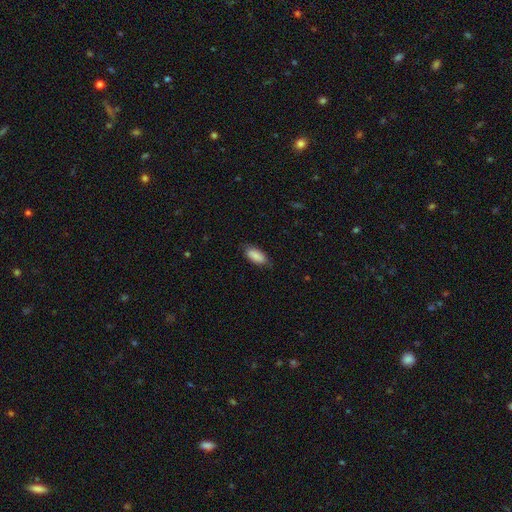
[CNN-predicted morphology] A smooth galaxy with no disk features (87%) that is in between round and cigar-shaped (86%). Merging: none (77%).